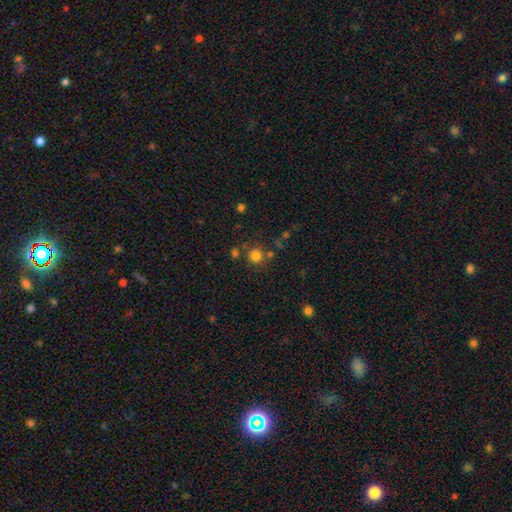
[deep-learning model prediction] This is likely a smooth galaxy (78%). How rounded: clearly round (93%). Merging: likely none (75%).